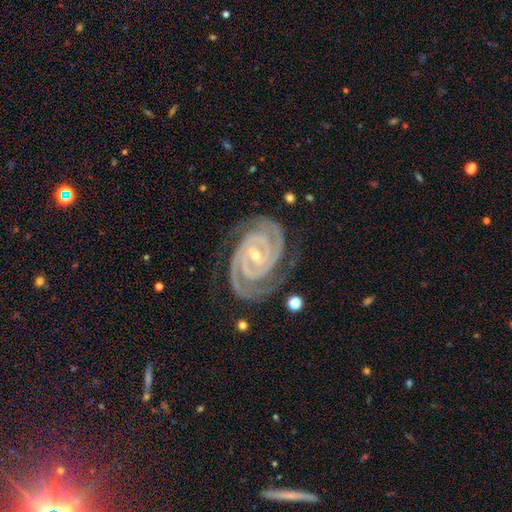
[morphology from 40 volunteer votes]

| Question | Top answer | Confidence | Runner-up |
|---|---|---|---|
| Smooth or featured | featured or disk | 90% | star or artifact (10%) |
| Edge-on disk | no | 100% | — |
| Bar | weak | 50% | no (39%) |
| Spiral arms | yes | 100% | — |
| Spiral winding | tight | 81% | medium (17%) |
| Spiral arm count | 2 | 83% | 4 (8%) |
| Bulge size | small | 56% | moderate (44%) |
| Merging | none | 97% | minor disturbance (3%) |